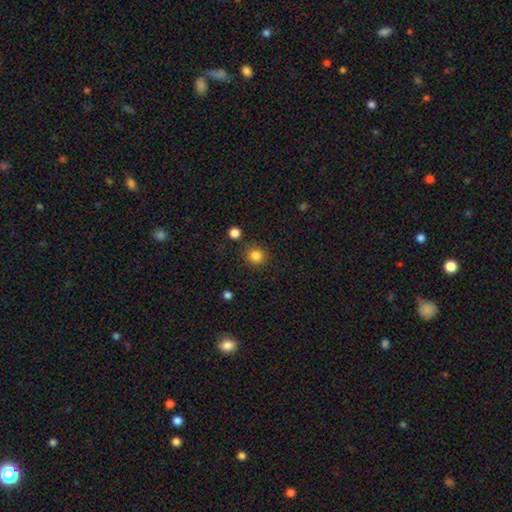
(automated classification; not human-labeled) Overall: smooth (85%). How rounded: round (88%). Merging: none (85%).